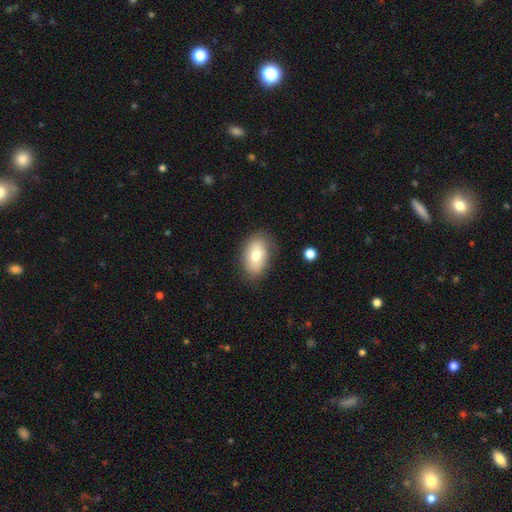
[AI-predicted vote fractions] smooth-or-featured: smooth: 71% | featured or disk: 21% | star or artifact: 8%
  how-rounded: in between: 89% | round: 10% | cigar-shaped: 2%
  merging: none: 79% | minor disturbance: 16% | major disturbance: 4% | merger: 2%